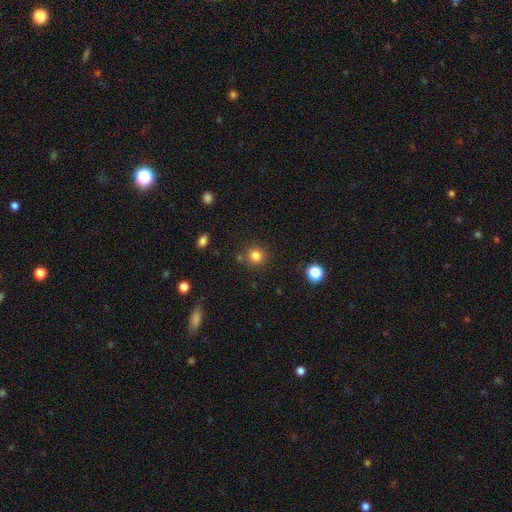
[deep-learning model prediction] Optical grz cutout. It shows a smooth galaxy with no disk features (82%) that is round (91%). Merging: none (82%).